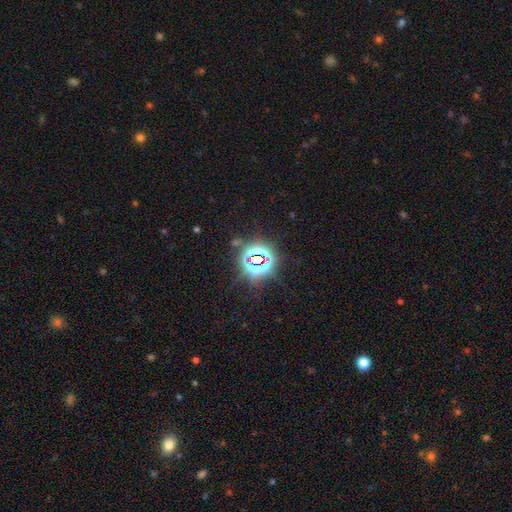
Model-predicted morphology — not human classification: The model was most divided on "smooth or featured": star or artifact: 80%, smooth: 12%, featured or disk: 8%.